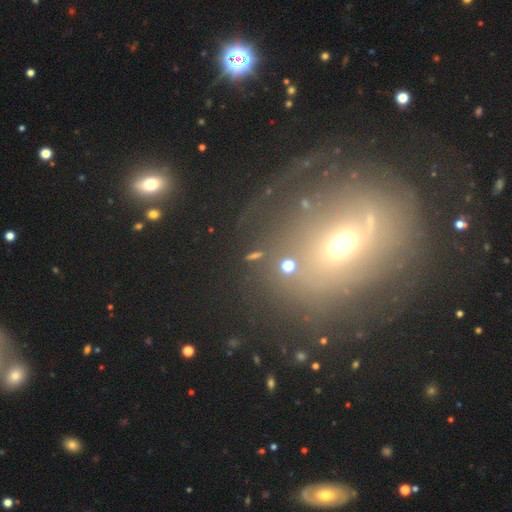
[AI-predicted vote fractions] smooth-or-featured: smooth: 39% | featured or disk: 36% | star or artifact: 26%
  merging: none: 64% | minor disturbance: 15% | major disturbance: 12% | merger: 8%